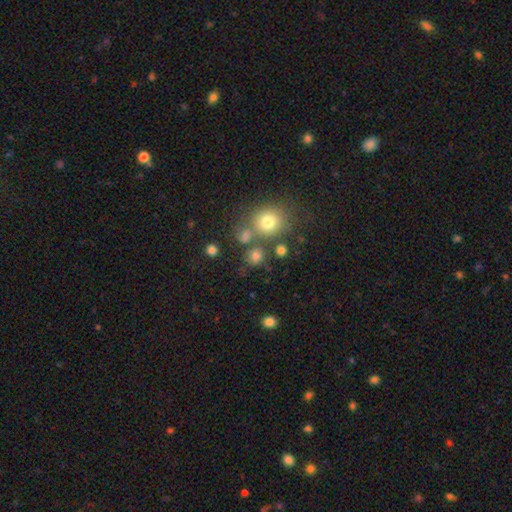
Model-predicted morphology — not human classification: This is likely a smooth galaxy (75%). How rounded: clearly round (84%). Merging: likely none (69%).